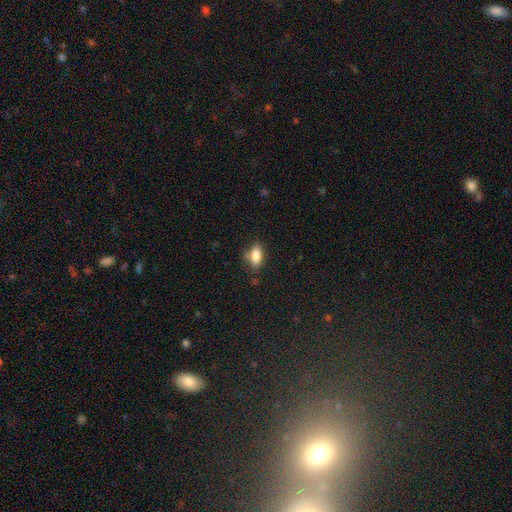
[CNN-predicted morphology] A smooth galaxy with no disk features (83%) that is in between round and cigar-shaped (86%). Merging: none (71%).